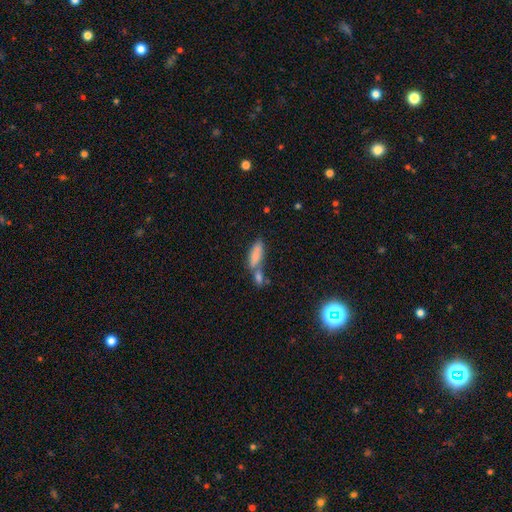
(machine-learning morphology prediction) type=smooth (80%); roundness=in between (66%); merging=merger (48%).